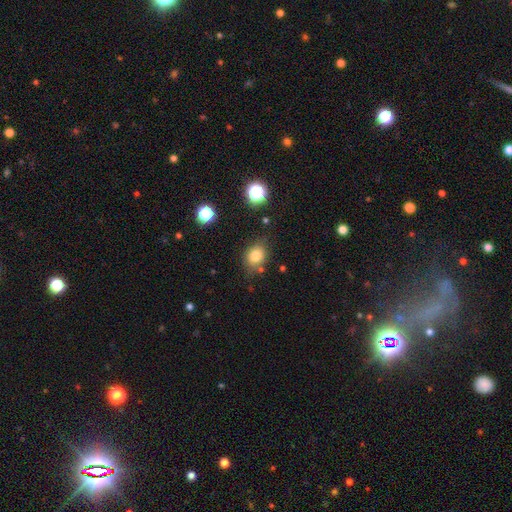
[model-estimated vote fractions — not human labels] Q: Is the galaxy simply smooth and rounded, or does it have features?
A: smooth — 79%.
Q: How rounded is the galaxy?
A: round — 54%.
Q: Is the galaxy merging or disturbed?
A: none — 74%.